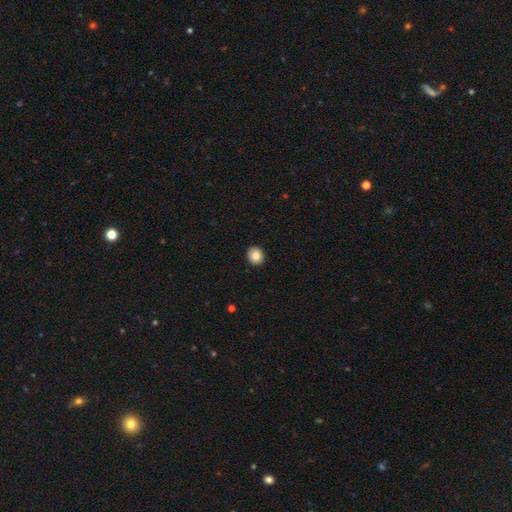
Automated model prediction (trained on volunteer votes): smooth 87%, star or artifact 8%, featured or disk 5%. Down the decision tree: how rounded — round (73%); merging — none (92%).